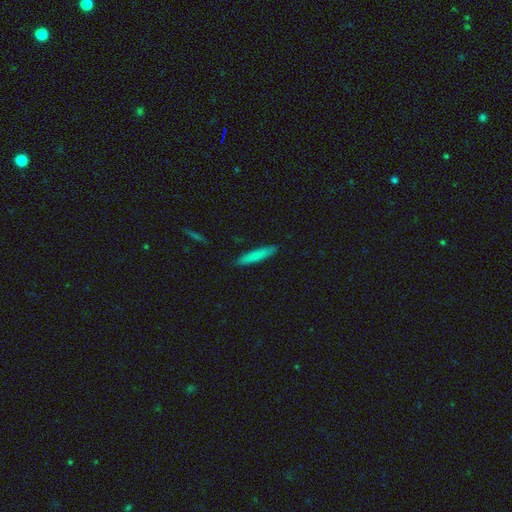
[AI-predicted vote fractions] This is likely a smooth galaxy (79%). How rounded: clearly cigar-shaped (90%). Merging: clearly none (89%).